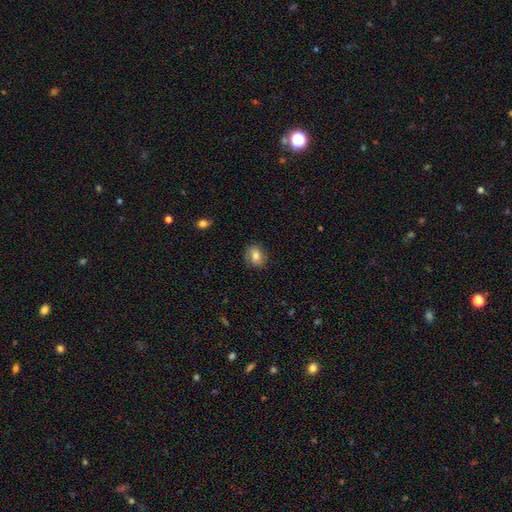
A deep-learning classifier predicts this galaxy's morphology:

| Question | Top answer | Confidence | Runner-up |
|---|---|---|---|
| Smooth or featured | smooth | 74% | featured or disk (16%) |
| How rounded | round | 58% | in between (41%) |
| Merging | none | 84% | minor disturbance (12%) |